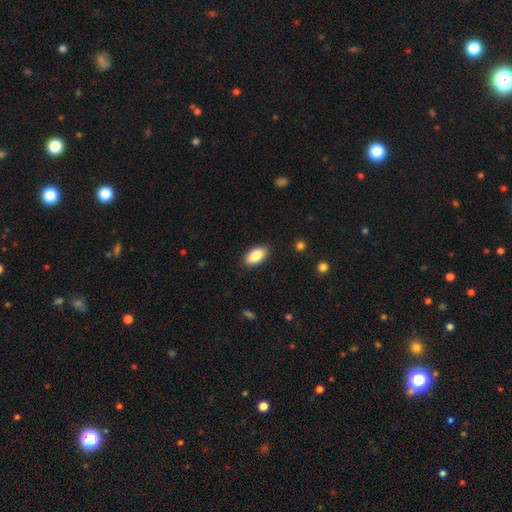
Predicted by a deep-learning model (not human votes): A smooth galaxy with no disk features (87%) that is in between round and cigar-shaped (94%). Merging: none (89%).